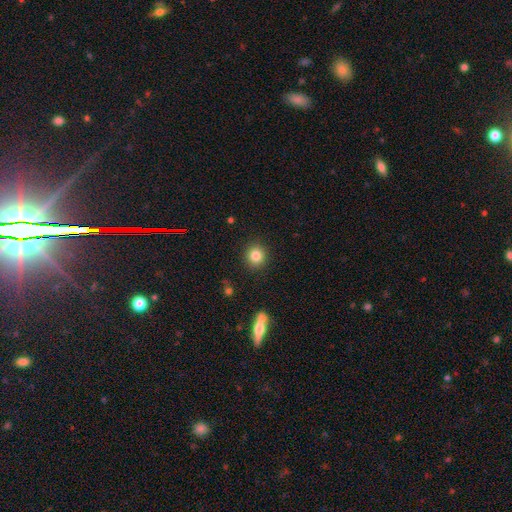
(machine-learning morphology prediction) Smooth or featured: smooth — 84% (star or artifact — 10%)
How rounded: round — 89% (in between — 10%)
Merging: none — 91% (minor disturbance — 6%)